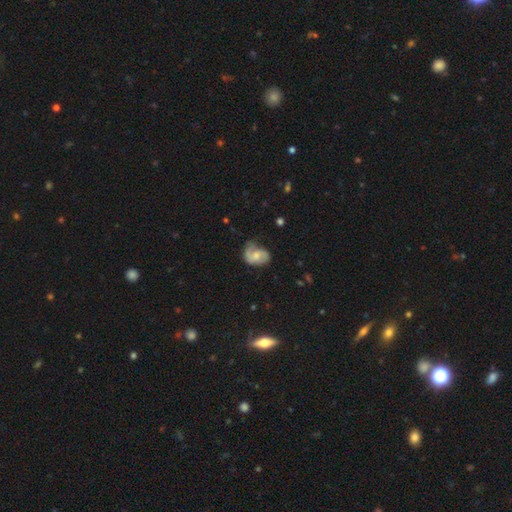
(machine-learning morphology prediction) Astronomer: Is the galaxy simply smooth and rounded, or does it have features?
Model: featured or disk — 54% (runner-up: smooth, 39%).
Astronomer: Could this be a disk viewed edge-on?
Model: no — 97%.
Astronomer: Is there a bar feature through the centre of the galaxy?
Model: no — 64%.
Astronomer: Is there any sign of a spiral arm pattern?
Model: yes — 83%.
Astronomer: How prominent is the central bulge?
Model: moderate — 48% (runner-up: small, 33%).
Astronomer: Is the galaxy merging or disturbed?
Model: none — 43% (runner-up: minor disturbance, 34%).